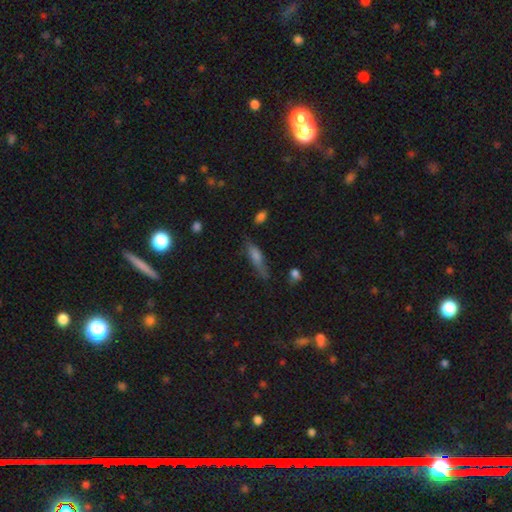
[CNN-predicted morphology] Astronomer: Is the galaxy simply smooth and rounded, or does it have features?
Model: smooth — 58%.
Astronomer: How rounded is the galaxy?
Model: cigar-shaped — 66%.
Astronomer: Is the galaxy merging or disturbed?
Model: none — 64%.